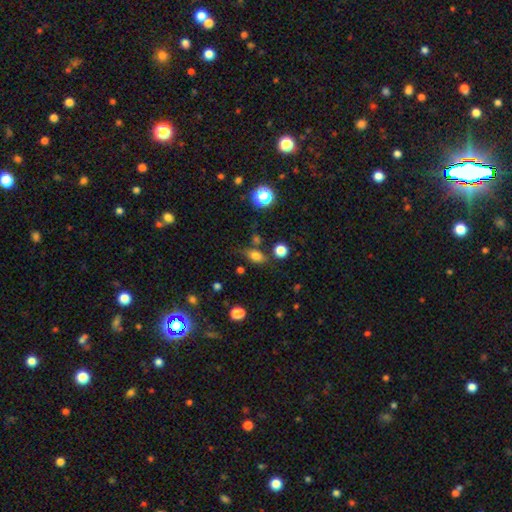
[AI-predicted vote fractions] Q: Smooth or featured?
A: smooth (76%); runner-up: star or artifact (13%)
Q: How rounded?
A: in between (72%); runner-up: round (22%)
Q: Merging?
A: none (68%); runner-up: minor disturbance (18%)